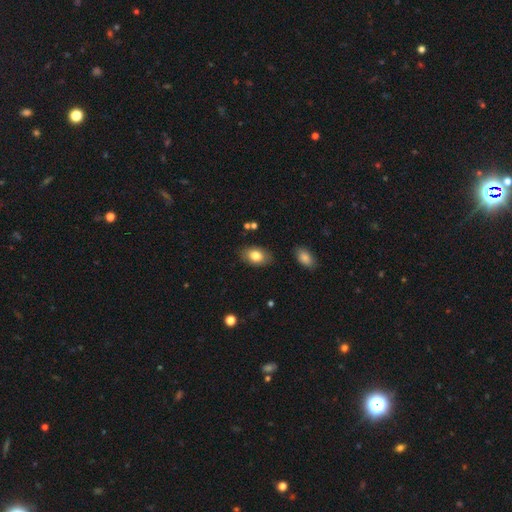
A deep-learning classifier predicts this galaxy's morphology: Overall: smooth (81%). How rounded: in between (88%). Merging: none (84%).